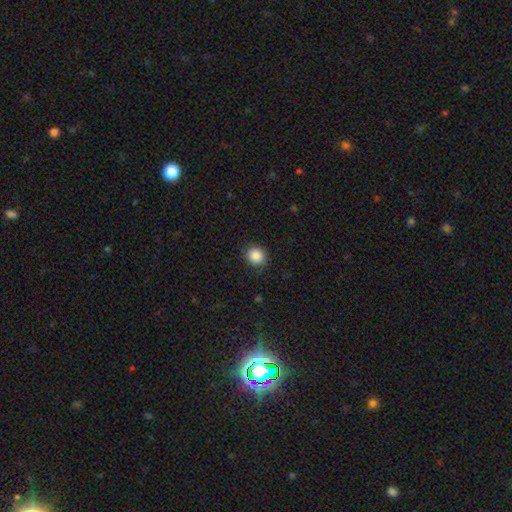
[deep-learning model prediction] Smooth or featured? smooth (87%)
How rounded? round (84%)
Merging? none (88%)